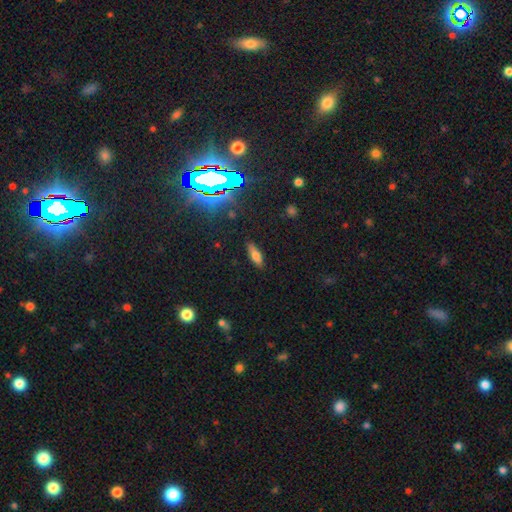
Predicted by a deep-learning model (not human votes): A smooth galaxy with no disk features (65%) that is in between round and cigar-shaped (60%).

Vote fractions:
- Smooth or featured? smooth: 65% / featured or disk: 21% / star or artifact: 14%
- How rounded? in between: 60% / cigar-shaped: 37% / round: 3%
- Merging? none: 84% / minor disturbance: 12% / major disturbance: 3% / merger: 2%